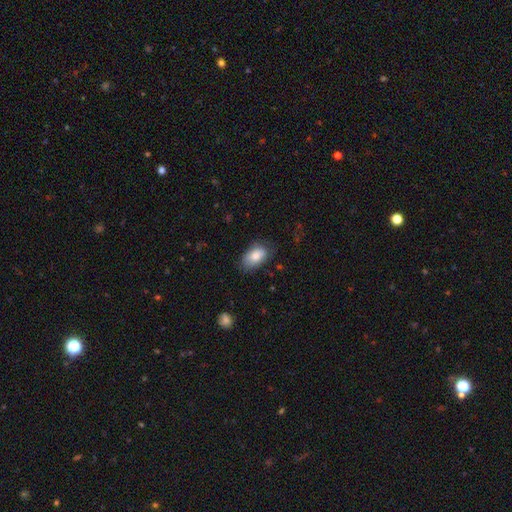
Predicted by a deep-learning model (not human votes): A smooth galaxy with no disk features (82%) that is in between round and cigar-shaped (92%). Merging: none (70%).